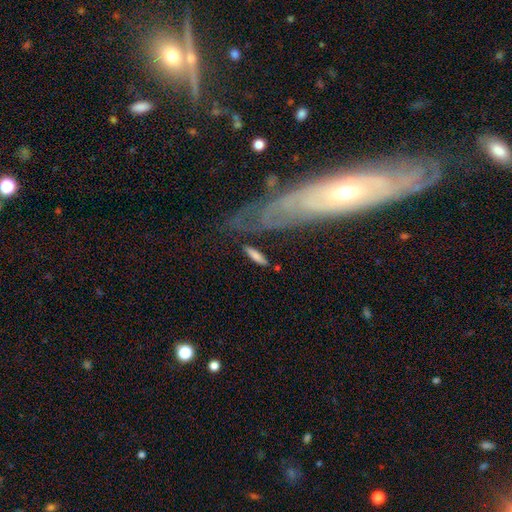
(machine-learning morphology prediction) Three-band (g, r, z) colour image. It shows a smooth galaxy with no disk features (73%) that is cigar-shaped (72%). Merging: none (73%).